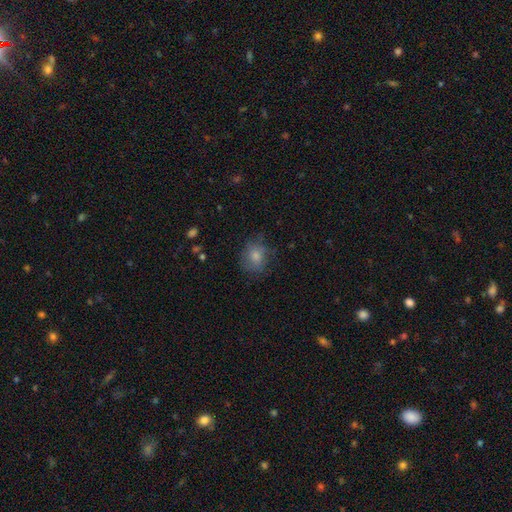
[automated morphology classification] The model was most divided on "how rounded": round: 64%, in between: 35%, cigar-shaped: 1%. More confident: smooth or featured — smooth (77%); merging — none (66%).